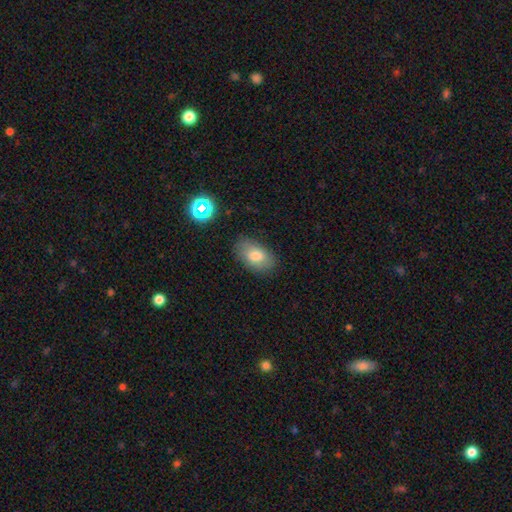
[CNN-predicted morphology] smooth_or_featured: smooth (p=0.77) [alt: featured or disk p=0.14]
how_rounded: in between (p=0.91) [alt: round p=0.08]
merging: none (p=0.81) [alt: minor disturbance p=0.14]